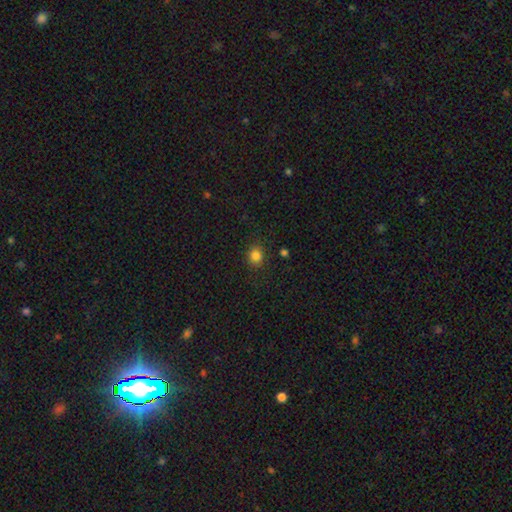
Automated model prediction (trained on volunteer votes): smooth_or_featured: smooth (p=0.84) [alt: star or artifact p=0.12]
how_rounded: round (p=0.77) [alt: in between p=0.22]
merging: none (p=0.86) [alt: minor disturbance p=0.09]